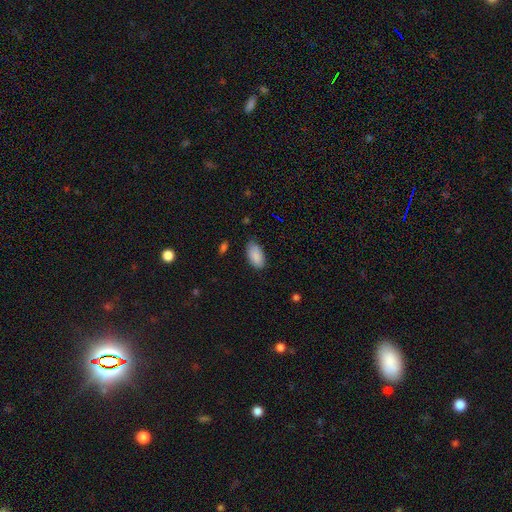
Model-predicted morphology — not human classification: This is clearly a smooth galaxy (89%). How rounded: clearly in between (95%). Merging: clearly none (81%).